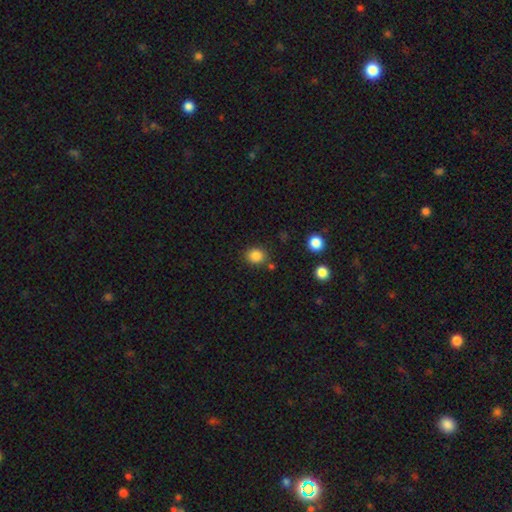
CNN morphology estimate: This is clearly a smooth galaxy (85%). How rounded: likely round (74%). Merging: clearly none (83%).